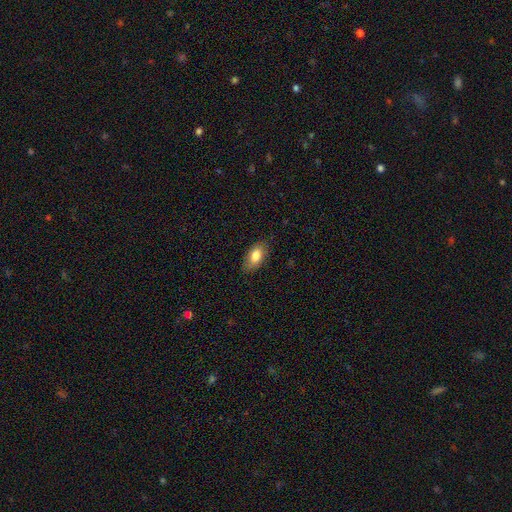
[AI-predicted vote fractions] Morphology: type=smooth (80%); roundness=in between (92%); merging=none (83%).